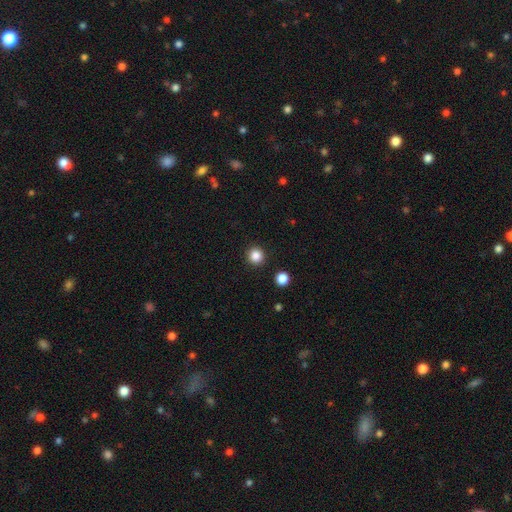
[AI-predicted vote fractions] Morphology: type=smooth (85%); roundness=round (95%); merging=none (92%).